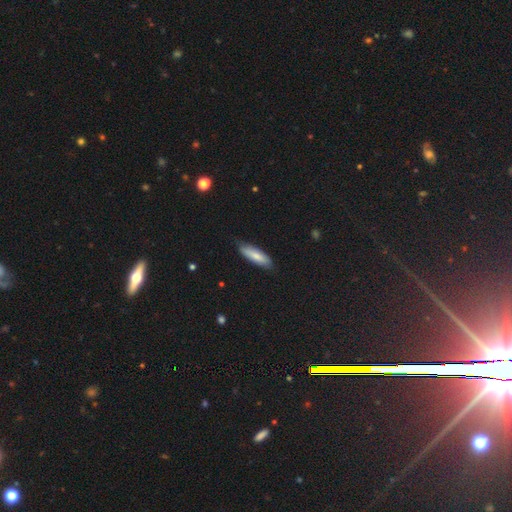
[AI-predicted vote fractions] smooth-or-featured: smooth: 77% | featured or disk: 18% | star or artifact: 6%
  how-rounded: cigar-shaped: 50% | in between: 48% | round: 2%
  merging: none: 80% | minor disturbance: 17% | major disturbance: 2% | merger: 1%